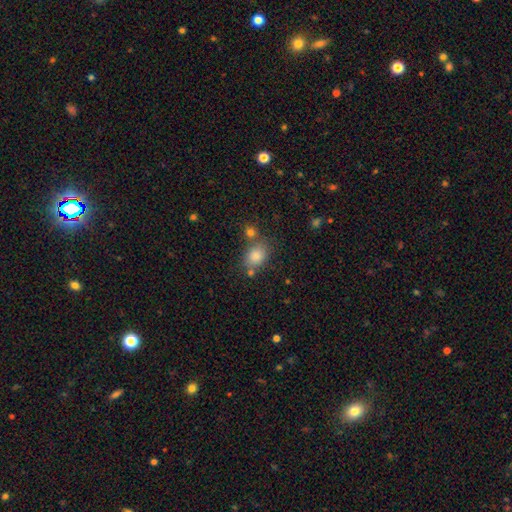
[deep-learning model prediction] The model was most divided on "how rounded": in between: 57%, round: 41%, cigar-shaped: 1%. More confident: smooth or featured — smooth (80%); merging — none (66%).